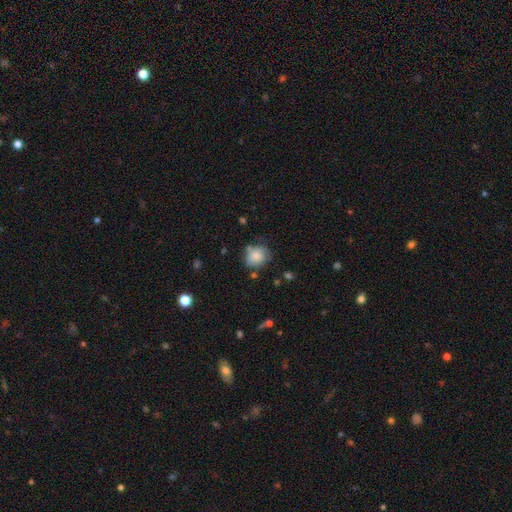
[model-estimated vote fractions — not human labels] Q: Smooth or featured?
A: smooth (81%); runner-up: featured or disk (10%)
Q: How rounded?
A: round (69%); runner-up: in between (30%)
Q: Merging?
A: none (63%); runner-up: minor disturbance (24%)